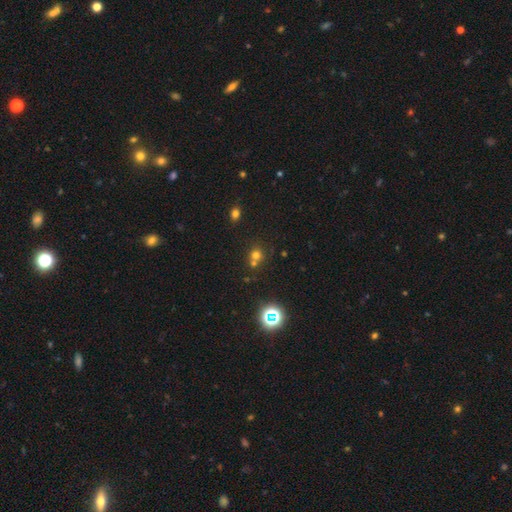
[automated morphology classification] Overall: smooth (60%; star or artifact 29%). How rounded: round (87%). Merging: none (54%; merger 36%).